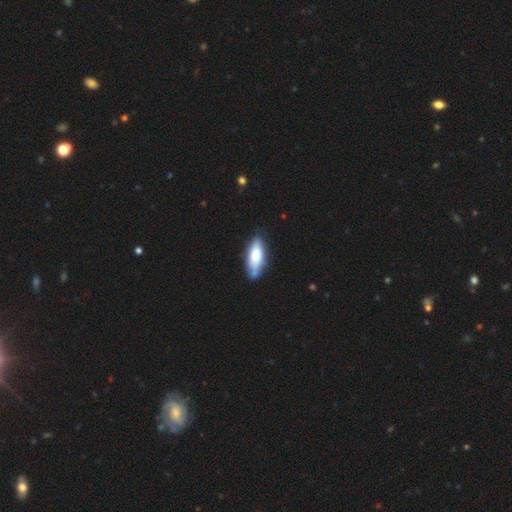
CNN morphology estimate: The model was most divided on "how rounded": in between: 64%, cigar-shaped: 34%, round: 2%. More confident: smooth or featured — smooth (69%); merging — none (69%).